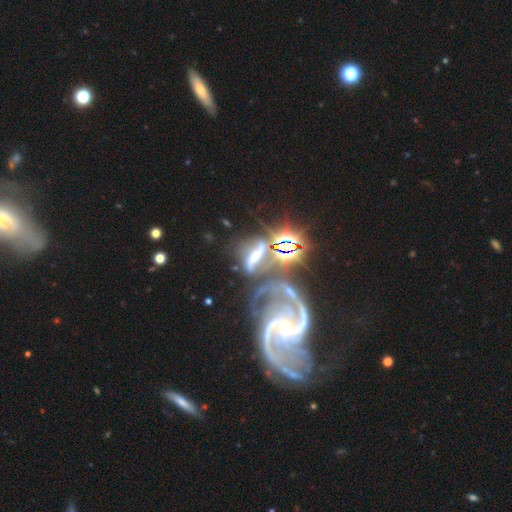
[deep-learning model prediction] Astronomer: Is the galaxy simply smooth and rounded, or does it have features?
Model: featured or disk — 56%.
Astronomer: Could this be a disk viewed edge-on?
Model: no — 85%.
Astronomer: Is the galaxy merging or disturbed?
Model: merger — 35% (runner-up: none, 27%).